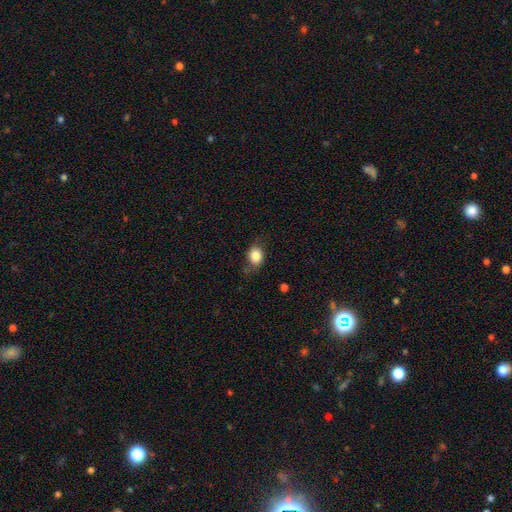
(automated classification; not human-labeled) This appears to be a smooth galaxy with no disk features (81%) that is in between round and cigar-shaped (52%). Merging: none (63%).